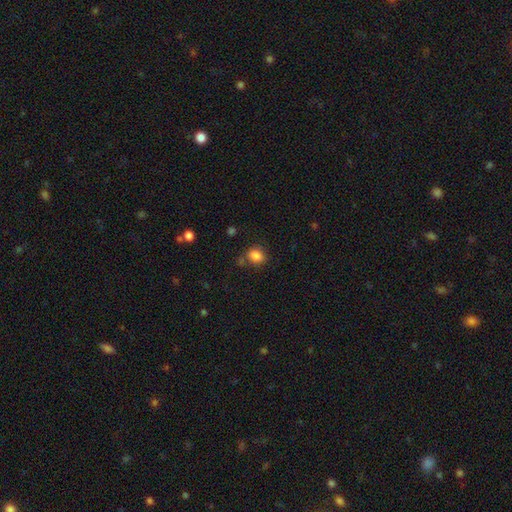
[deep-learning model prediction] Smooth or featured?
  - smooth: 84% *
  - star or artifact: 11%
  - featured or disk: 5%
How rounded?
  - in between: 53% *
  - round: 46%
  - cigar-shaped: 1%
Merging?
  - none: 70% *
  - minor disturbance: 17%
  - merger: 7%
  - major disturbance: 5%